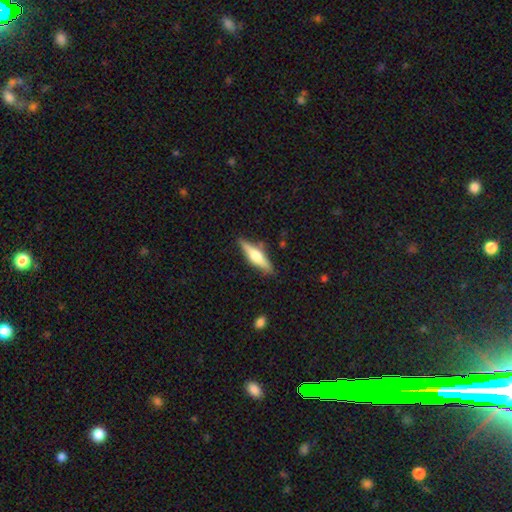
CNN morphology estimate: This is possibly a featured or disk galaxy (59%). It is clearly viewed edge-on (95%). Edge-on bulge: clearly rounded (92%). Merging: clearly none (84%).